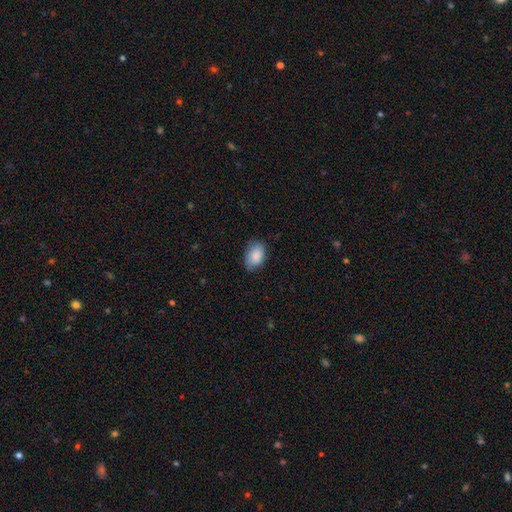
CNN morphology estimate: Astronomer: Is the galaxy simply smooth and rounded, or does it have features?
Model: smooth — 87%.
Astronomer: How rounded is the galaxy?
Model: in between — 86%.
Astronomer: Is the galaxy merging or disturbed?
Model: none — 77%.